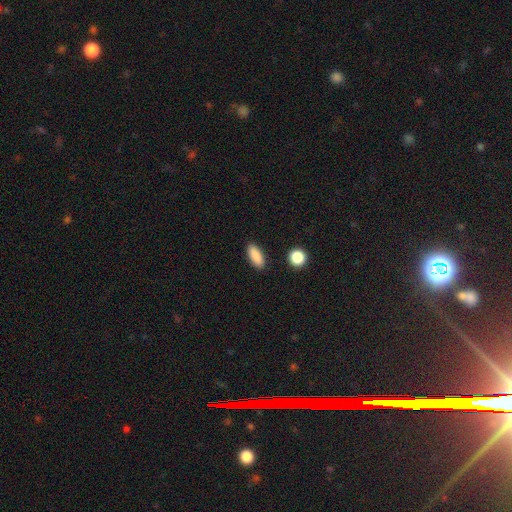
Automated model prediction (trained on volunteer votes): smooth_or_featured: smooth (p=0.88) [alt: star or artifact p=0.07]
how_rounded: in between (p=0.77) [alt: cigar-shaped p=0.19]
merging: none (p=0.88) [alt: minor disturbance p=0.08]